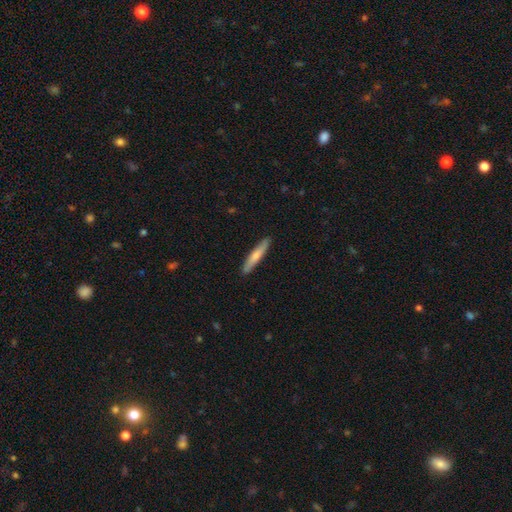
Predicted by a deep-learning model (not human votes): Smooth or featured? Predicted: smooth (p=0.69). How rounded? Predicted: cigar-shaped (p=0.91). Merging? Predicted: none (p=0.89).